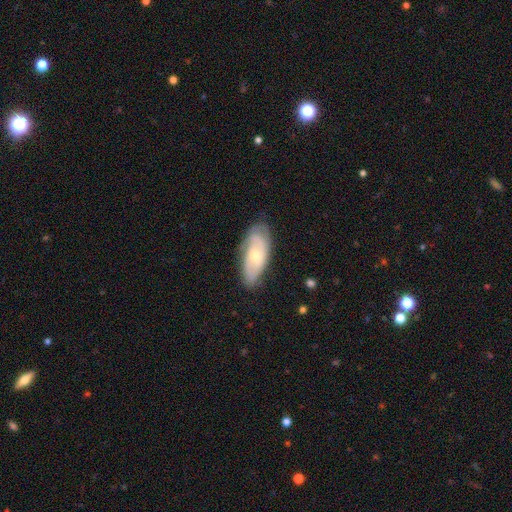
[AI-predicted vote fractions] A featured or disk galaxy (65%) with no bar (72%), spiral arms (85%) and a small central bulge (53%). Merging: none (72%).